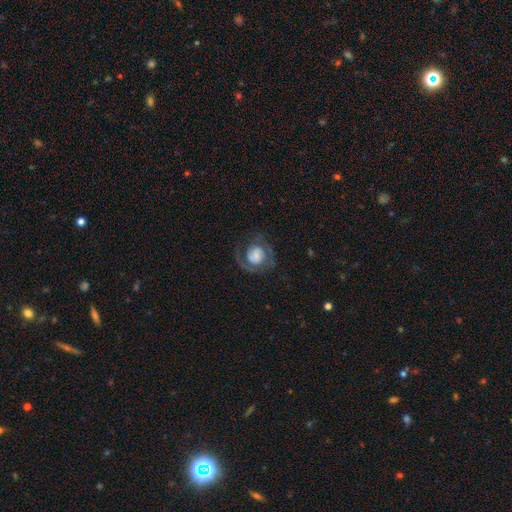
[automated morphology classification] Q: Smooth or featured?
A: featured or disk (70%); runner-up: smooth (22%)
Q: Edge-on disk?
A: no (98%); runner-up: yes (2%)
Q: Bar?
A: no (64%); runner-up: weak (28%)
Q: Spiral arms?
A: yes (88%); runner-up: no (12%)
Q: Spiral winding?
A: medium (43%); runner-up: tight (40%)
Q: Spiral arm count?
A: 2 (69%); runner-up: 1 (14%)
Q: Bulge size?
A: large (29%); runner-up: small (28%)
Q: Merging?
A: none (67%); runner-up: minor disturbance (16%)